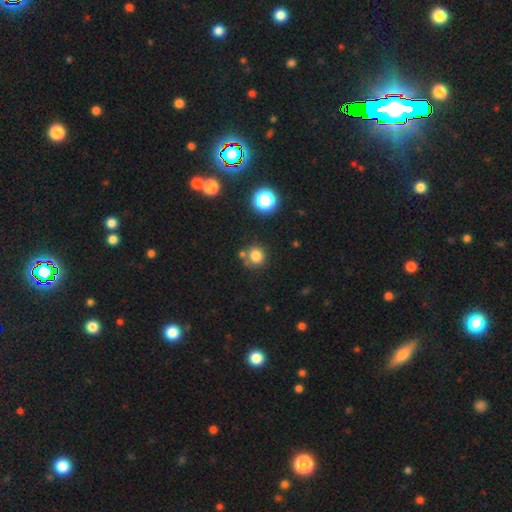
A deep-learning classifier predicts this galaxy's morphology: This appears to be a smooth galaxy with no disk features (80%) that is round (87%). Merging: none (72%).